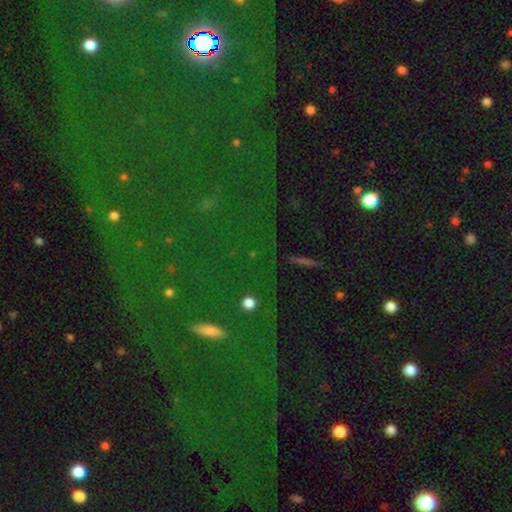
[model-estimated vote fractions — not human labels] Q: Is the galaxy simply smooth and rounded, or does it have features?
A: star or artifact — 73%.